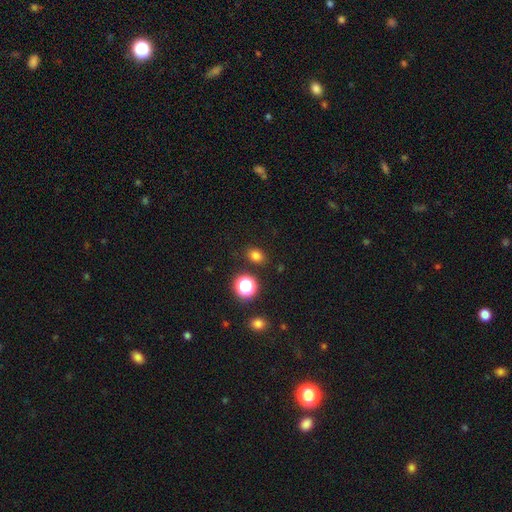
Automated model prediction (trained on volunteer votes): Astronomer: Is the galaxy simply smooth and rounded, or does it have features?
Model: smooth — 78%.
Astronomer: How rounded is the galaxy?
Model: in between — 56% (runner-up: round, 43%).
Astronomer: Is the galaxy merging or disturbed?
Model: none — 85%.